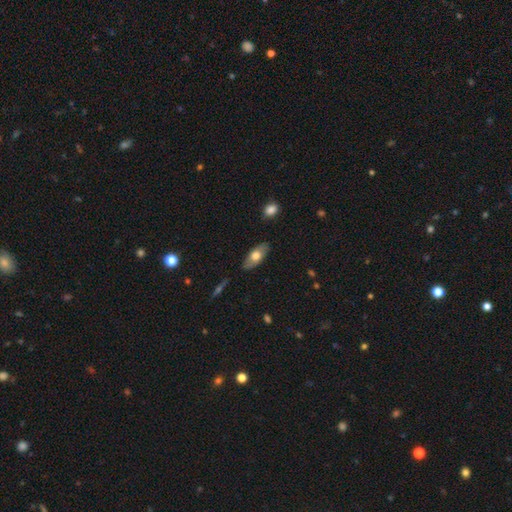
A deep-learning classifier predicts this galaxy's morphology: Q: Smooth or featured?
A: smooth (63%); runner-up: featured or disk (31%)
Q: How rounded?
A: in between (87%); runner-up: cigar-shaped (10%)
Q: Merging?
A: none (83%); runner-up: minor disturbance (13%)